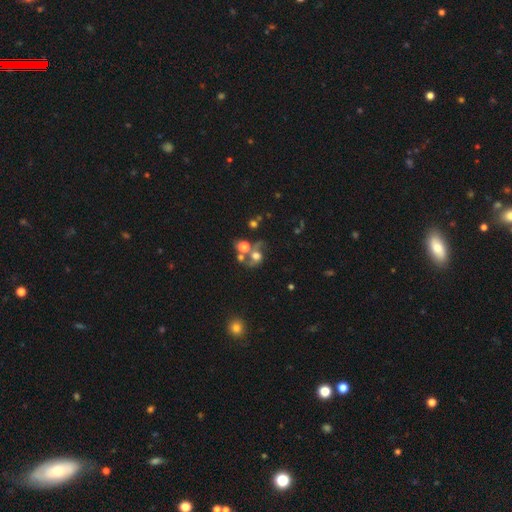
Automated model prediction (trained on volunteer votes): This is possibly a featured or disk galaxy (46%). Merging: possibly merger (45%).